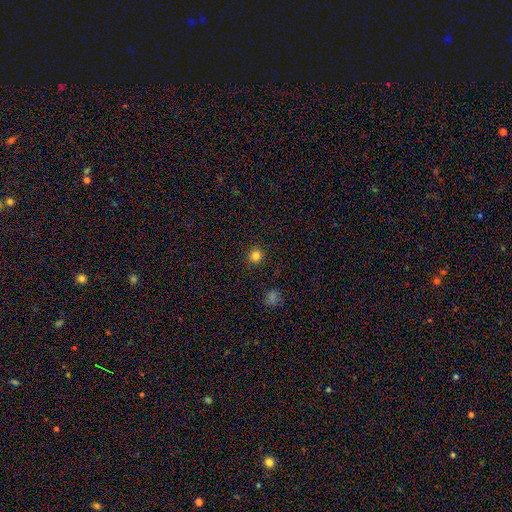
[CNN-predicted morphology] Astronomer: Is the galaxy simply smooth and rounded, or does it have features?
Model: smooth — 82%.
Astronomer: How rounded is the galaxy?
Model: round — 90%.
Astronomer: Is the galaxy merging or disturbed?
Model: none — 91%.